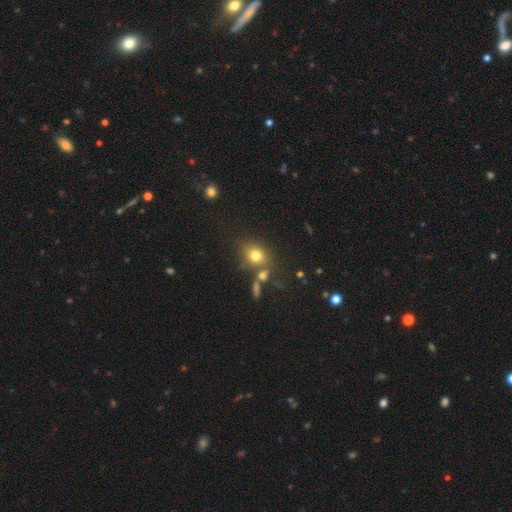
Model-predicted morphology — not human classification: The model was most divided on "how rounded": round: 62%, in between: 36%, cigar-shaped: 1%. More confident: smooth or featured — smooth (76%); merging — none (66%).